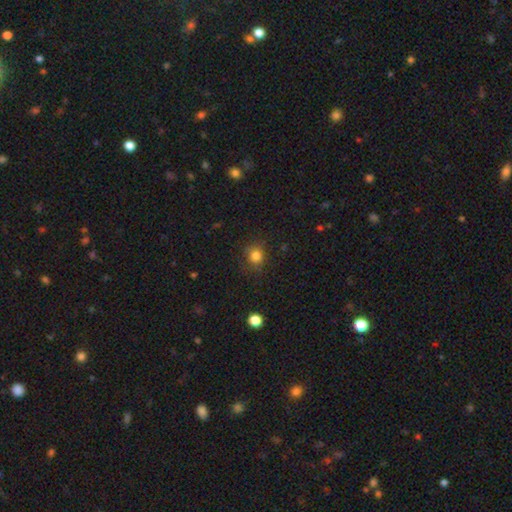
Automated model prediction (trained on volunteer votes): Smooth or featured? Predicted: smooth (p=0.82). How rounded? Predicted: round (p=0.83). Merging? Predicted: none (p=0.80).